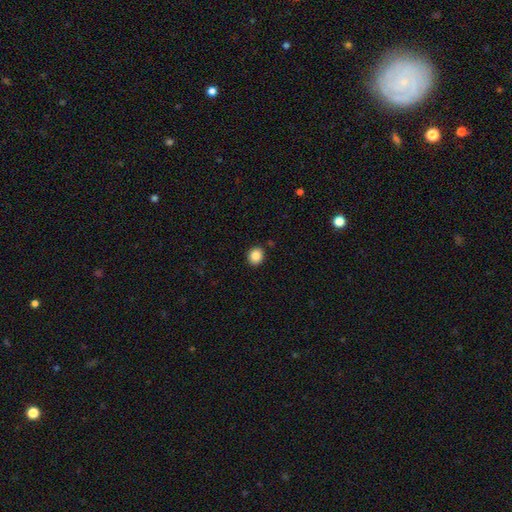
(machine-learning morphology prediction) smooth-or-featured: smooth: 86% | star or artifact: 10% | featured or disk: 5%
  how-rounded: round: 74% | in between: 25% | cigar-shaped: 1%
  merging: none: 90% | minor disturbance: 7% | major disturbance: 2% | merger: 2%